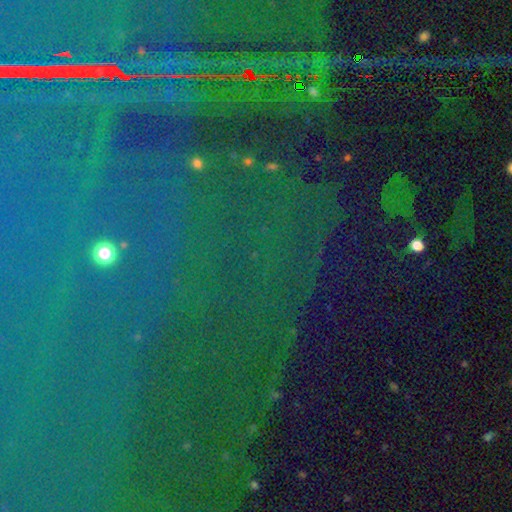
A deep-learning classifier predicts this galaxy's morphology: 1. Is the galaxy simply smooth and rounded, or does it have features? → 88% star or artifact, 6% featured or disk, 6% smooth.